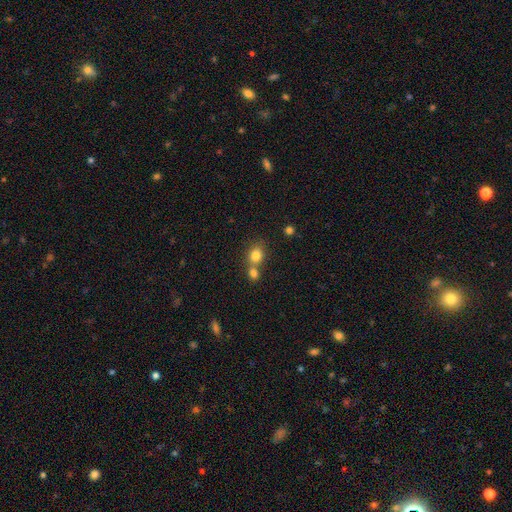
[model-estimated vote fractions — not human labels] smooth_or_featured: smooth (p=0.80) [alt: star or artifact p=0.11]
how_rounded: round (p=0.65) [alt: in between p=0.34]
merging: merger (p=0.45) [alt: none p=0.44]